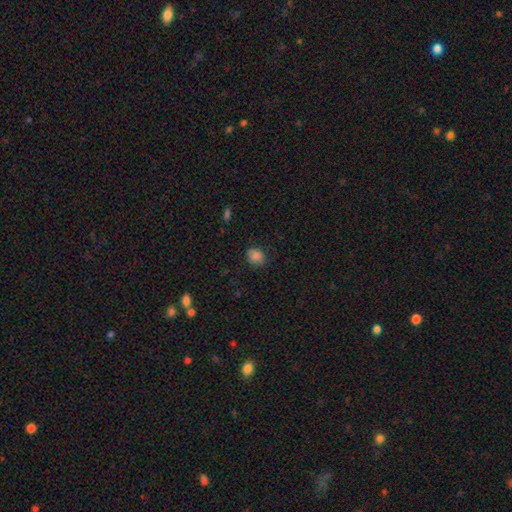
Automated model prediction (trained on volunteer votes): This appears to be a smooth galaxy with no disk features (83%) that is round (54%). Merging: none (80%).